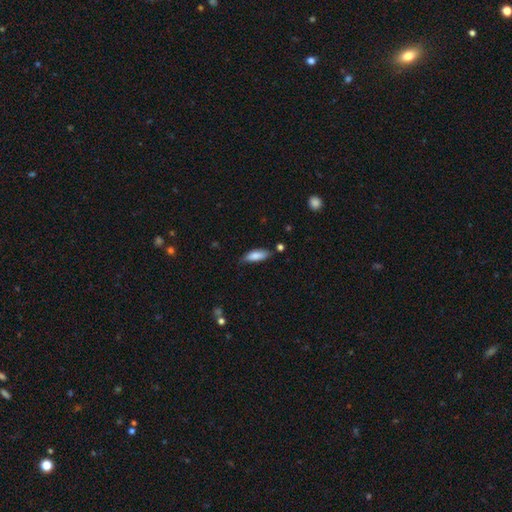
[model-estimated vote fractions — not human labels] This appears to be a smooth galaxy with no disk features (83%) that is in between round and cigar-shaped (62%). Merging: none (63%).